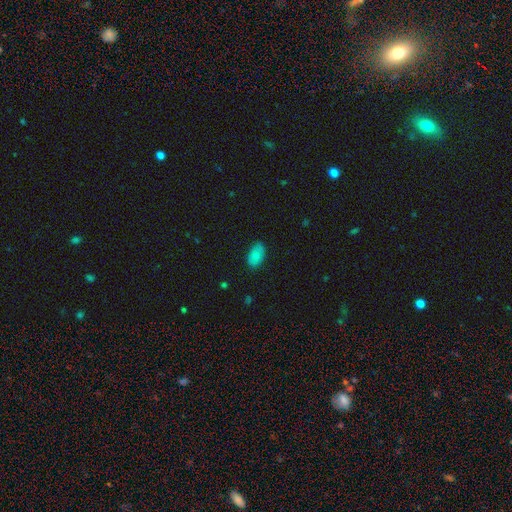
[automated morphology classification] Overall: smooth (76%). How rounded: in between (91%). Merging: none (82%).